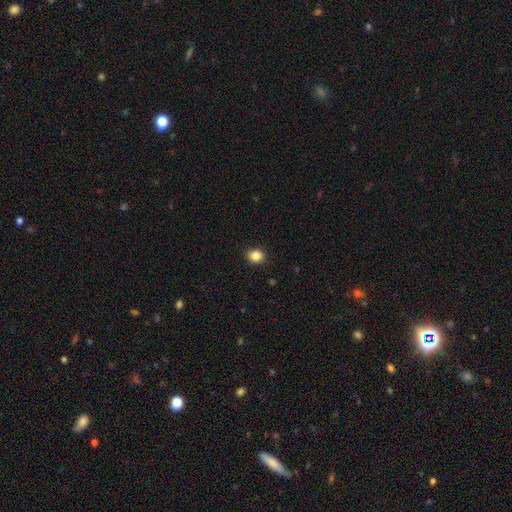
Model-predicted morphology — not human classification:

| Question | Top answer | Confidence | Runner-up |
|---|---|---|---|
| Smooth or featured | smooth | 86% | star or artifact (10%) |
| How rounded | round | 65% | in between (34%) |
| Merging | none | 89% | minor disturbance (8%) |